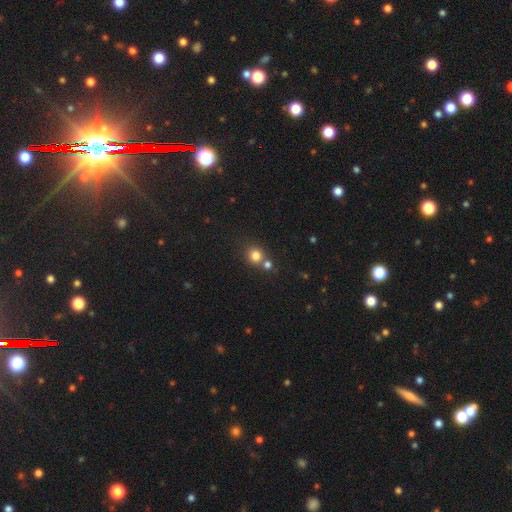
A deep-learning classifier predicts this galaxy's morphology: smooth_or_featured: smooth (p=0.80) [alt: star or artifact p=0.13]
how_rounded: round (p=0.86) [alt: in between p=0.13]
merging: none (p=0.56) [alt: merger p=0.34]